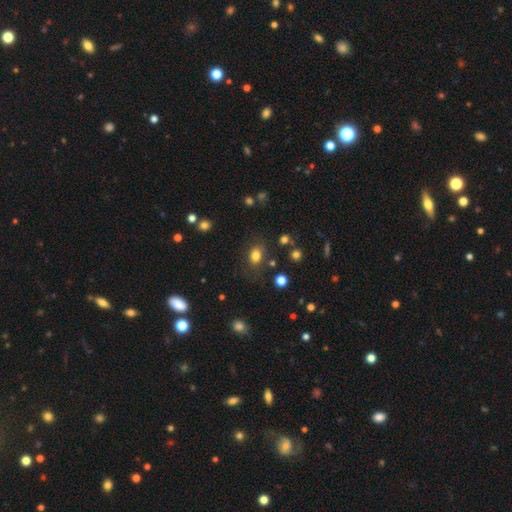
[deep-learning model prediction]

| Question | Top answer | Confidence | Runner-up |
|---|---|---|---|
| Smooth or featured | smooth | 79% | star or artifact (13%) |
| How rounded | in between | 67% | round (32%) |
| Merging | none | 75% | minor disturbance (15%) |